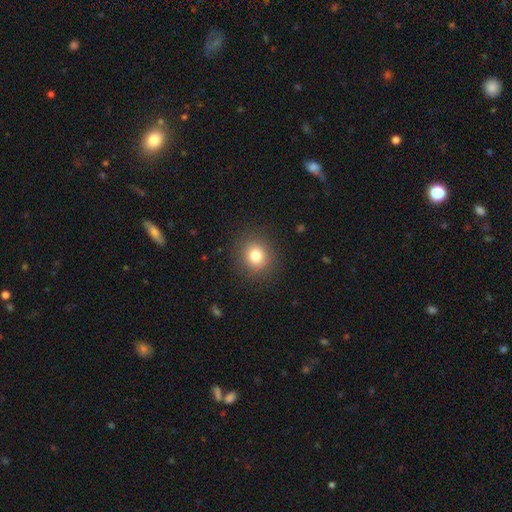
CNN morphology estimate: This is clearly a smooth galaxy (80%). How rounded: clearly round (88%). Merging: clearly none (89%).